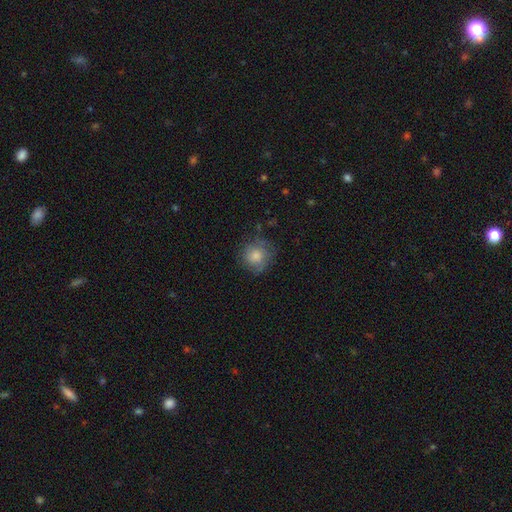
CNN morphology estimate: Smooth or featured? smooth (69%)
How rounded? round (89%)
Merging? none (70%)